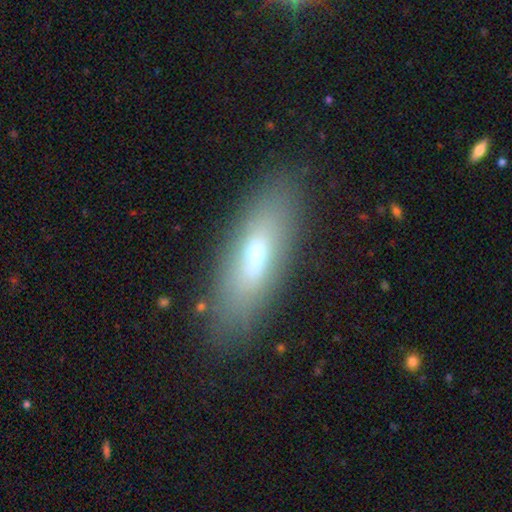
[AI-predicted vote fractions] A smooth galaxy with no disk features (58%) that is in between round and cigar-shaped (60%).

Vote fractions:
- Smooth or featured? smooth: 58% / featured or disk: 31% / star or artifact: 11%
- How rounded? in between: 60% / cigar-shaped: 37% / round: 3%
- Merging? none: 82% / minor disturbance: 11% / major disturbance: 5% / merger: 2%